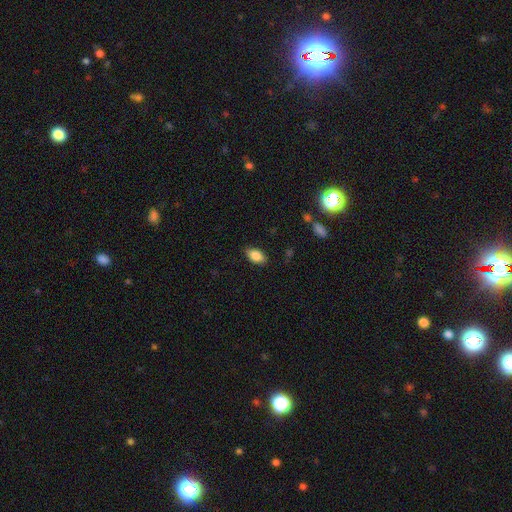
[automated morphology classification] Q: Smooth or featured?
A: smooth (86%); runner-up: star or artifact (8%)
Q: How rounded?
A: in between (91%); runner-up: round (6%)
Q: Merging?
A: none (86%); runner-up: minor disturbance (11%)